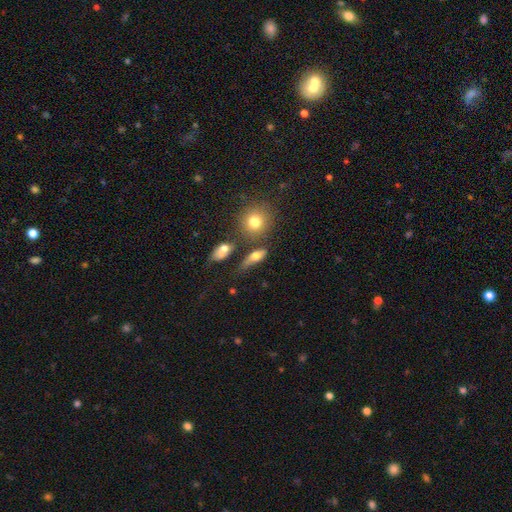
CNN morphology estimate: A smooth galaxy with no disk features (67%) that is in between round and cigar-shaped (63%).

Vote fractions:
- Smooth or featured? smooth: 67% / featured or disk: 22% / star or artifact: 12%
- How rounded? in between: 63% / cigar-shaped: 21% / round: 17%
- Merging? none: 53% / minor disturbance: 22% / merger: 13% / major disturbance: 12%